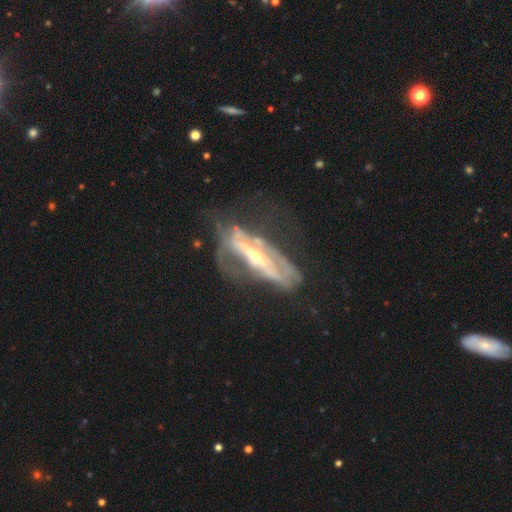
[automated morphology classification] type=featured or disk (82%); edge-on=no (67%); bar=strong (48%); spiral arms=yes (64%); bulge=moderate (49%); merging=none (39%).